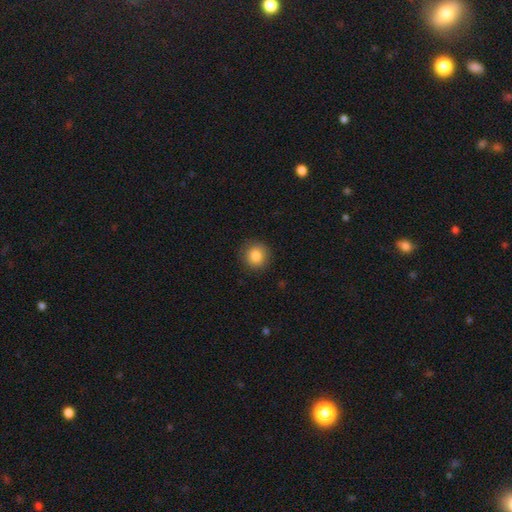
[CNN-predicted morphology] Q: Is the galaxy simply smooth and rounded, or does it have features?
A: smooth — 85%.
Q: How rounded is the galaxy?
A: round — 90%.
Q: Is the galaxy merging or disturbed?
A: none — 89%.